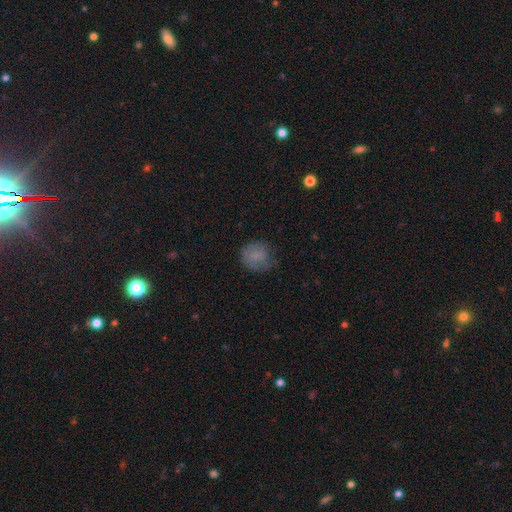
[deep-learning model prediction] Morphology: type=smooth (76%); roundness=round (78%); merging=none (61%).